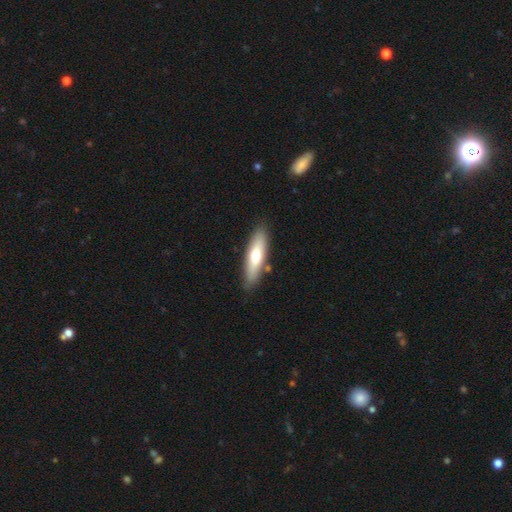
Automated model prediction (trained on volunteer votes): Smooth or featured? Predicted: smooth (p=0.62). How rounded? Predicted: cigar-shaped (p=0.60). Merging? Predicted: none (p=0.83).